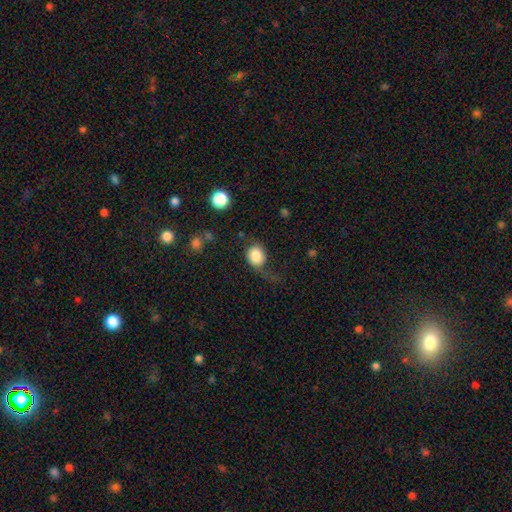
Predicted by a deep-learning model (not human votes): Q: Smooth or featured?
A: smooth (80%); runner-up: featured or disk (12%)
Q: How rounded?
A: round (69%); runner-up: in between (30%)
Q: Merging?
A: none (40%); runner-up: major disturbance (31%)